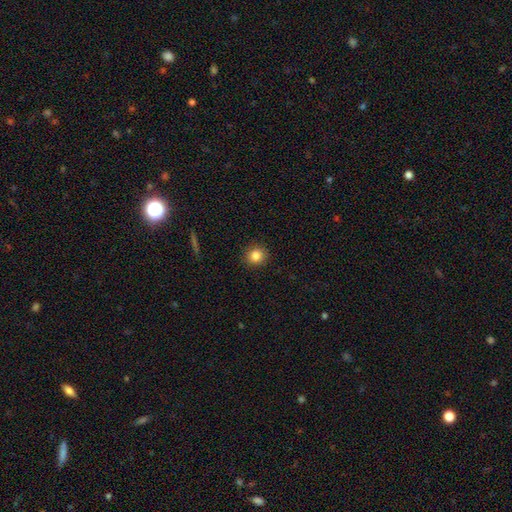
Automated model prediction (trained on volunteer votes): Smooth or featured?
  - smooth: 84% *
  - star or artifact: 10%
  - featured or disk: 5%
How rounded?
  - round: 90% *
  - in between: 9%
  - cigar-shaped: 1%
Merging?
  - none: 91% *
  - minor disturbance: 6%
  - major disturbance: 2%
  - merger: 1%